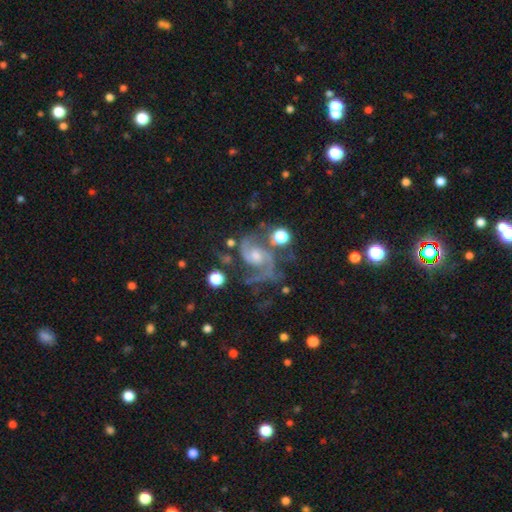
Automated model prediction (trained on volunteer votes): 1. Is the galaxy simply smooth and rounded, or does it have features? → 87% featured or disk, 8% star or artifact, 5% smooth.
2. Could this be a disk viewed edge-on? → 98% no, 2% yes.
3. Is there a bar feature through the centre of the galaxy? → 58% no, 34% weak, 8% strong.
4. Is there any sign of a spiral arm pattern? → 97% yes, 3% no.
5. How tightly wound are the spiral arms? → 58% medium, 22% tight, 20% loose.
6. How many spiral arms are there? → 81% 2, 7% 3, 5% can't tell, 3% 1, 2% 4, 2% more than 4.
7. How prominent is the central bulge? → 45% moderate, 44% small, 5% none, 4% large, 1% dominant.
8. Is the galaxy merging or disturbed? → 56% none, 20% minor disturbance, 16% major disturbance, 7% merger.